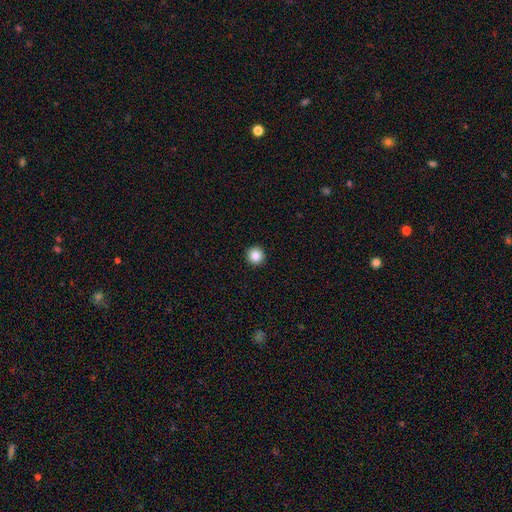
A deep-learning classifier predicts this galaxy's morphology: Overall: smooth (86%). How rounded: round (96%). Merging: none (94%).